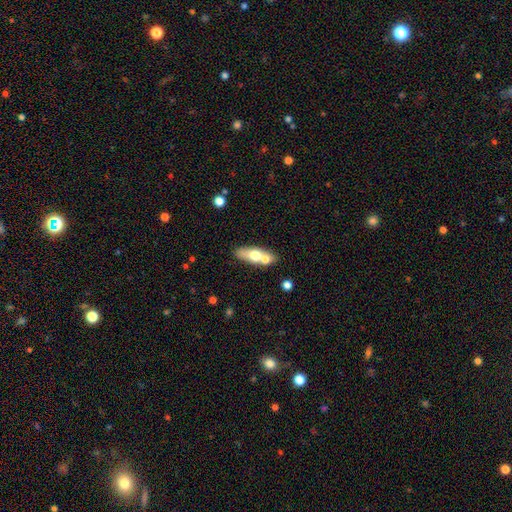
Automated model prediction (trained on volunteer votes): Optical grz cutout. It shows a smooth galaxy with no disk features (61%) that is in between round and cigar-shaped (65%). Merging: none (53%).